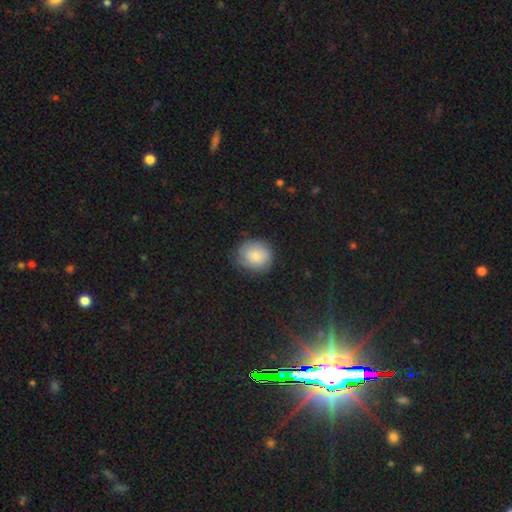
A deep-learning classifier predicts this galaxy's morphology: This appears to be a smooth galaxy with no disk features (74%) that is round (78%). Merging: none (75%).